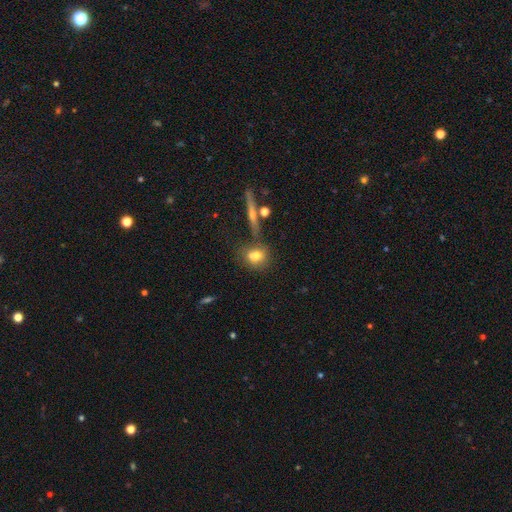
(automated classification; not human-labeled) smooth_or_featured: smooth (p=0.69) [alt: featured or disk p=0.19]
how_rounded: round (p=0.62) [alt: in between p=0.32]
merging: none (p=0.58) [alt: merger p=0.23]